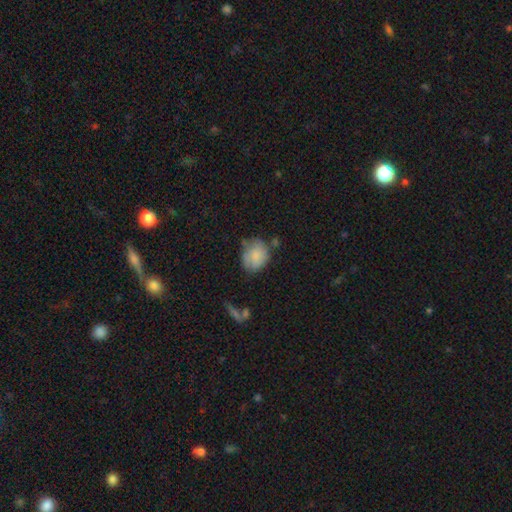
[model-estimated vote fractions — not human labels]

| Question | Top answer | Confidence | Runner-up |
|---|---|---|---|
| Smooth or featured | smooth | 75% | featured or disk (17%) |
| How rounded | round | 59% | in between (40%) |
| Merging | none | 54% | minor disturbance (29%) |